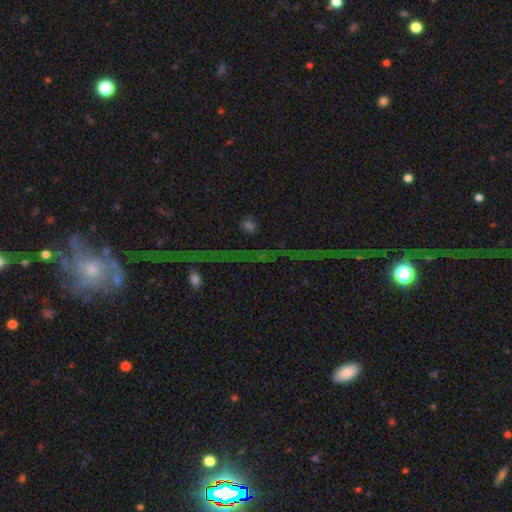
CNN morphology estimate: A star or artifact, not a galaxy (63%).